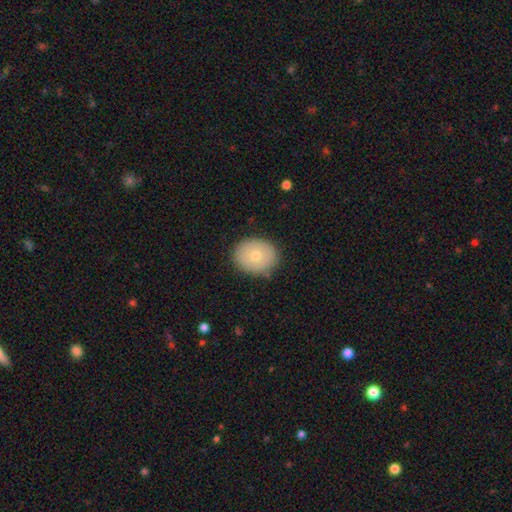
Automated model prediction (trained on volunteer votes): Q: Smooth or featured?
A: smooth (72%); runner-up: featured or disk (21%)
Q: How rounded?
A: round (59%); runner-up: in between (40%)
Q: Merging?
A: none (86%); runner-up: minor disturbance (10%)